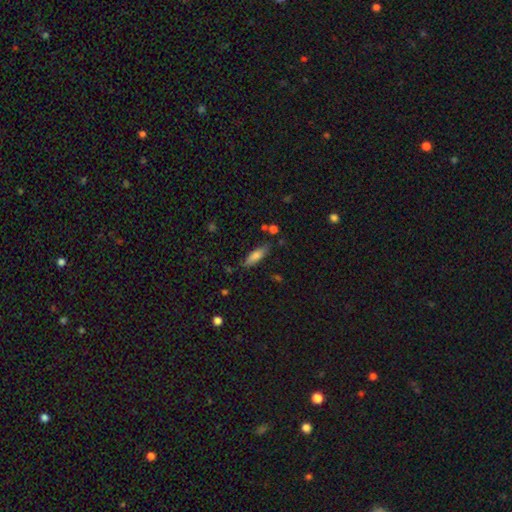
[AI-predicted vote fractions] smooth 74%, featured or disk 19%, star or artifact 7%. Down the decision tree: how rounded — in between (53%); merging — none (76%).